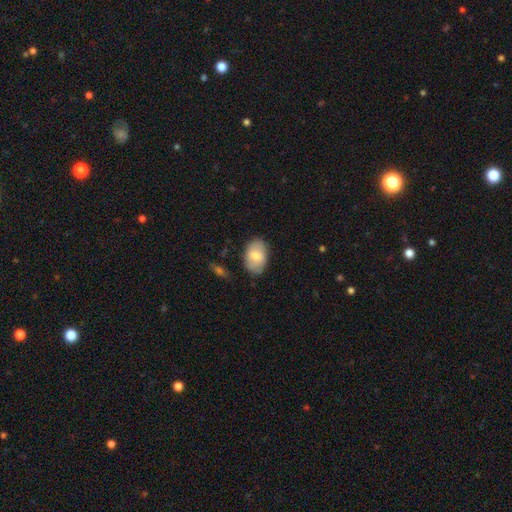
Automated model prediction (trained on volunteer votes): Smooth or featured: smooth — 75% (featured or disk — 19%)
How rounded: in between — 88% (round — 11%)
Merging: none — 80% (minor disturbance — 15%)